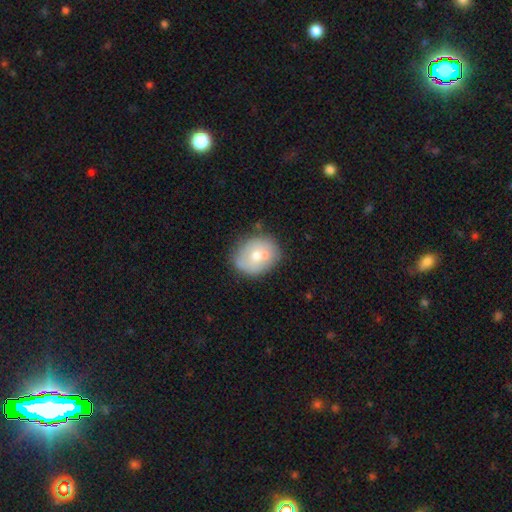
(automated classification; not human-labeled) smooth_or_featured: smooth (p=0.61) [alt: featured or disk p=0.32]
how_rounded: round (p=0.59) [alt: in between p=0.40]
merging: none (p=0.60) [alt: merger p=0.18]